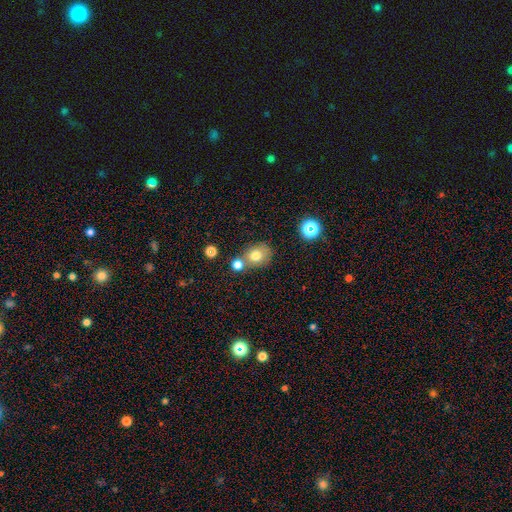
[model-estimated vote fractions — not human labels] smooth_or_featured: smooth (p=0.74) [alt: star or artifact p=0.13]
how_rounded: round (p=0.59) [alt: in between p=0.40]
merging: none (p=0.57) [alt: merger p=0.26]